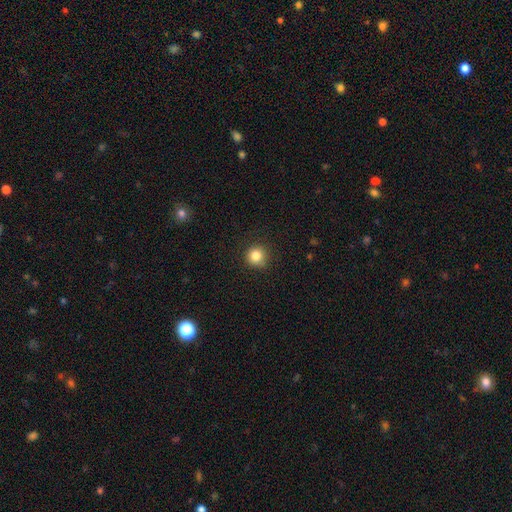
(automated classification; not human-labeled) The model was most divided on "smooth or featured": smooth: 84%, star or artifact: 11%, featured or disk: 5%. More confident: how rounded — round (93%); merging — none (87%).